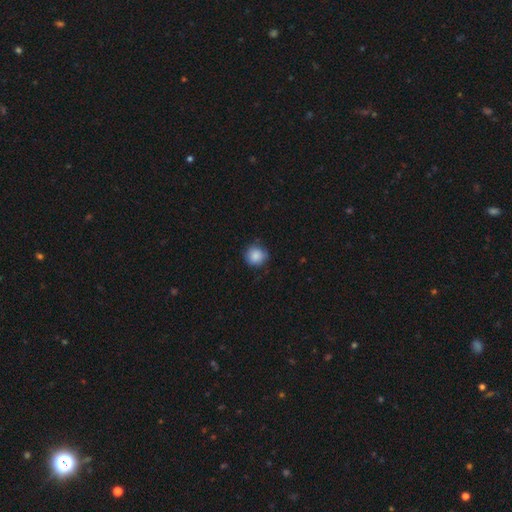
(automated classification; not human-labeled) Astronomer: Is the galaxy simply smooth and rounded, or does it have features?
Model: smooth — 86%.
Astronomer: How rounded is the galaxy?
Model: round — 92%.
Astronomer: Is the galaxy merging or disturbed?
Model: none — 78%.